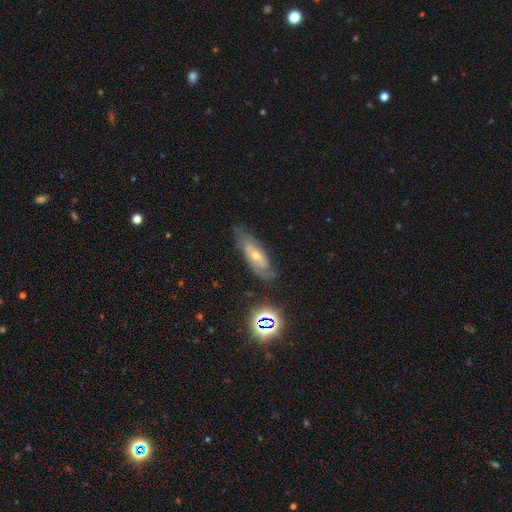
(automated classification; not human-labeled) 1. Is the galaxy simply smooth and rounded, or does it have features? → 67% featured or disk, 20% smooth, 13% star or artifact.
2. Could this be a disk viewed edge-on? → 81% no, 19% yes.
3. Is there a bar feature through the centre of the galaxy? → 62% no, 29% weak, 9% strong.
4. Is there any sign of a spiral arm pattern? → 85% yes, 15% no.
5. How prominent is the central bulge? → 52% small, 44% moderate, 2% large, 2% none, 1% dominant.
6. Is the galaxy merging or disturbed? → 69% none, 22% minor disturbance, 8% major disturbance, 2% merger.